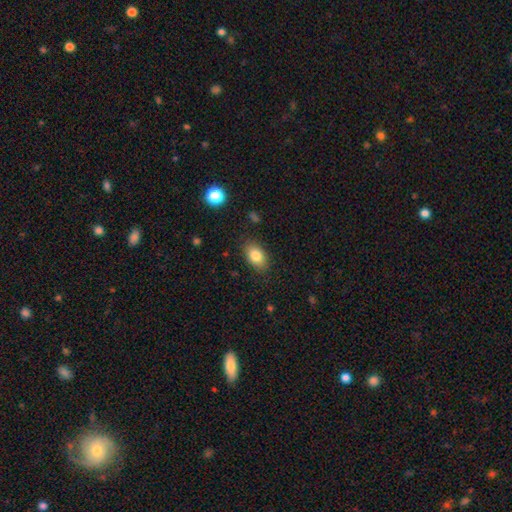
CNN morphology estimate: smooth 82%, featured or disk 9%, star or artifact 8%. Down the decision tree: how rounded — in between (89%); merging — none (85%).